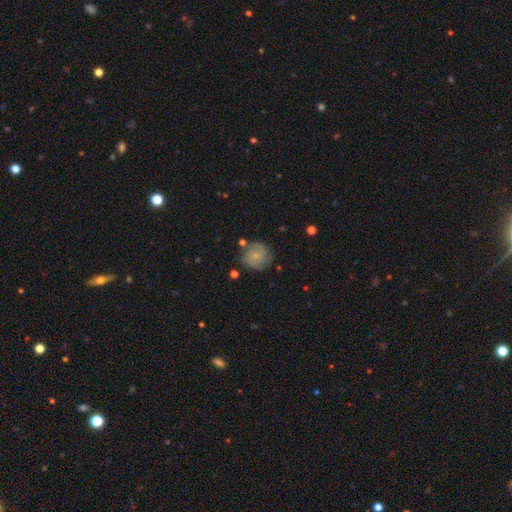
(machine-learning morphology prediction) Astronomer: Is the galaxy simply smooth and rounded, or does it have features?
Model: smooth — 49% (runner-up: featured or disk, 42%).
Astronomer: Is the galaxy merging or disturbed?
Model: none — 73%.